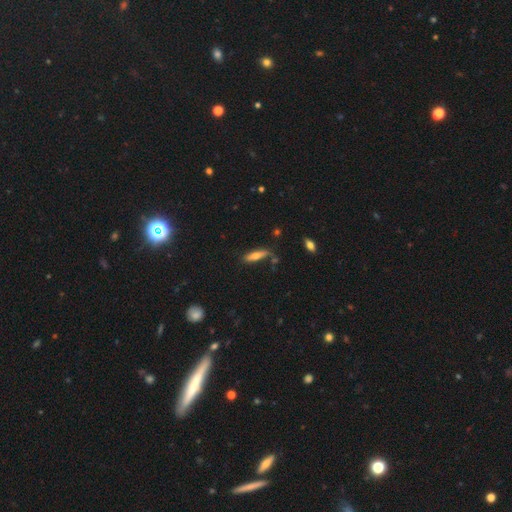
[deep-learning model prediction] The model was most divided on "smooth or featured": smooth: 64%, featured or disk: 29%, star or artifact: 7%. More confident: merging — none (72%); how rounded — cigar-shaped (67%).